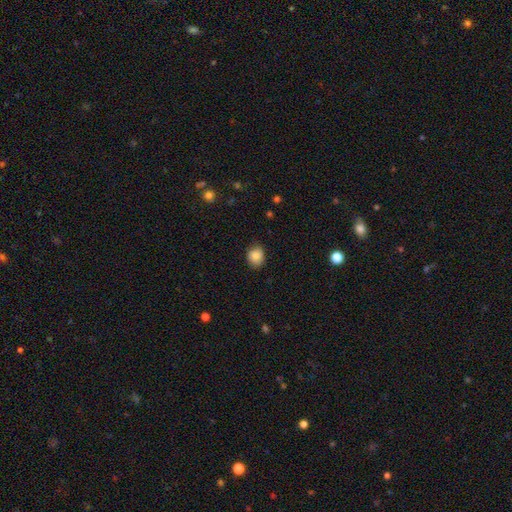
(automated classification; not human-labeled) Smooth or featured: smooth — 84% (star or artifact — 9%)
How rounded: round — 63% (in between — 36%)
Merging: none — 81% (minor disturbance — 15%)